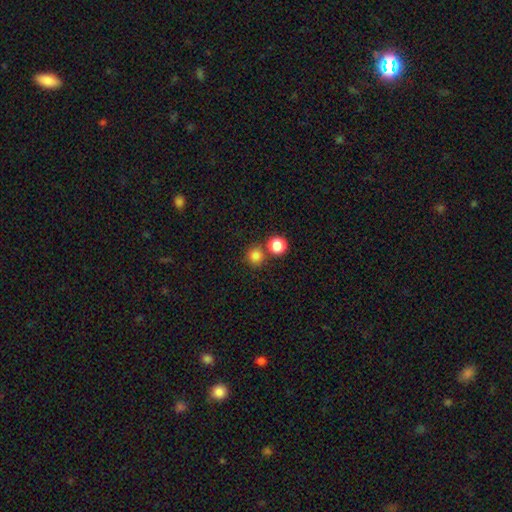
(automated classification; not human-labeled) This appears to be a smooth galaxy with no disk features (83%) that is round (91%). Merging: none (69%).